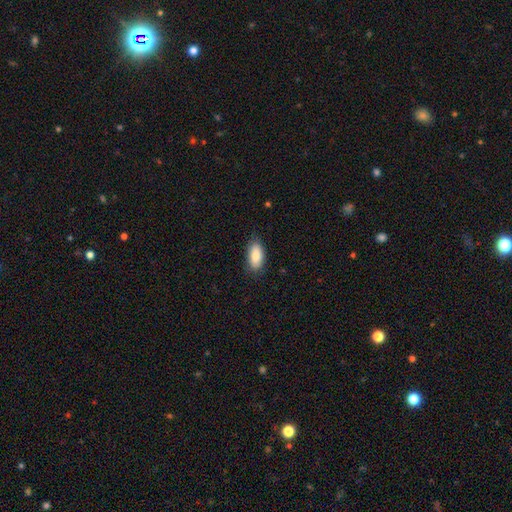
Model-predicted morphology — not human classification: Smooth or featured? smooth (85%)
How rounded? in between (91%)
Merging? none (79%)